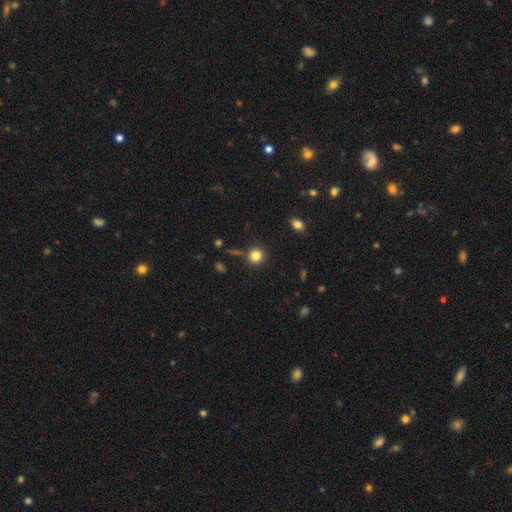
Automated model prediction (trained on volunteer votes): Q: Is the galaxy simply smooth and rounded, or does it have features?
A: smooth — 82%.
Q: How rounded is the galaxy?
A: round — 92%.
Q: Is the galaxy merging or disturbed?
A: none — 85%.